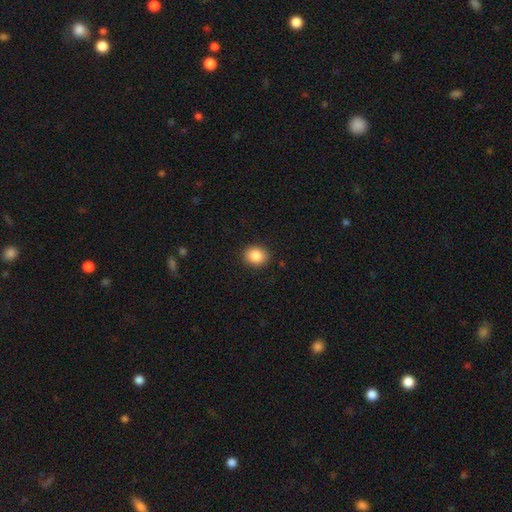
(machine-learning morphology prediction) Q: Smooth or featured?
A: smooth (87%); runner-up: star or artifact (9%)
Q: How rounded?
A: round (60%); runner-up: in between (39%)
Q: Merging?
A: none (90%); runner-up: minor disturbance (7%)